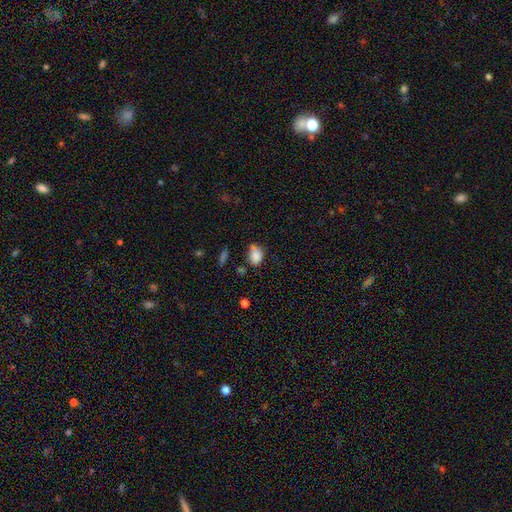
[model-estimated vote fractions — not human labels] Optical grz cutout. It shows a smooth galaxy with no disk features (82%) that is in between round and cigar-shaped (77%). Merging: none (47%).